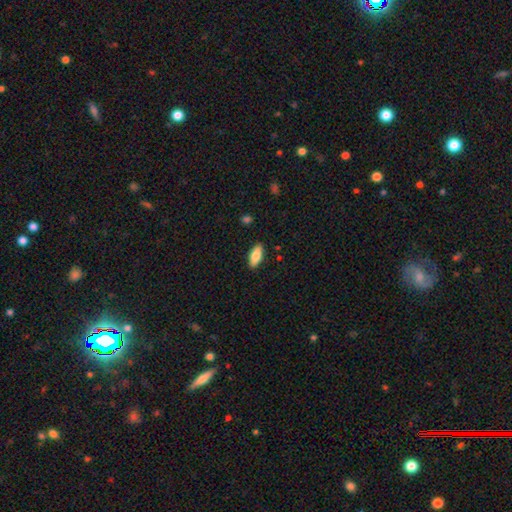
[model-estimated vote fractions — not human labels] Smooth or featured? Predicted: smooth (p=0.81). How rounded? Predicted: in between (p=0.82). Merging? Predicted: none (p=0.89).